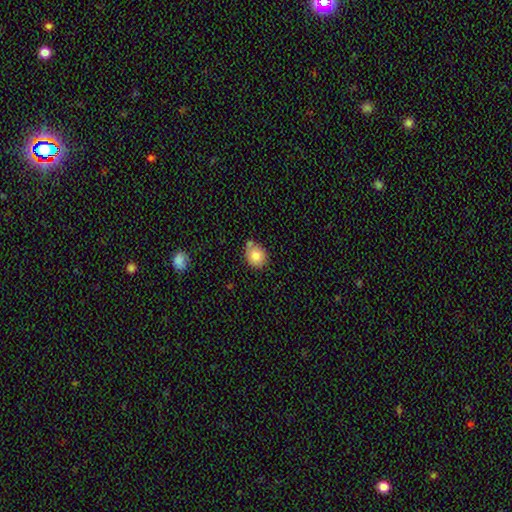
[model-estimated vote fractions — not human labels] This is clearly a smooth galaxy (80%). How rounded: likely round (68%). Merging: likely none (62%).